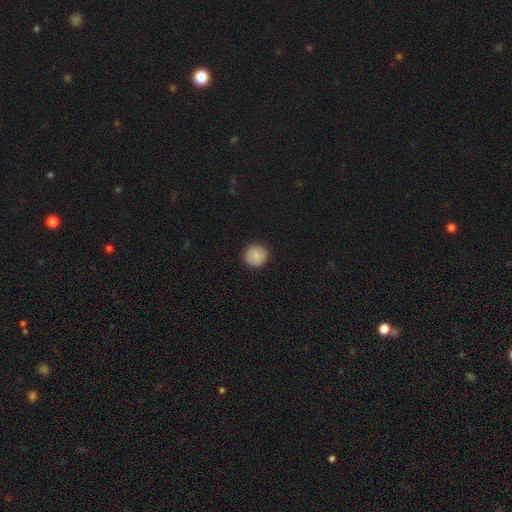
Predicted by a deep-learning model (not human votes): smooth-or-featured: smooth: 82% | featured or disk: 10% | star or artifact: 8%
  how-rounded: round: 95% | in between: 4% | cigar-shaped: 1%
  merging: none: 91% | minor disturbance: 6% | major disturbance: 2% | merger: 1%